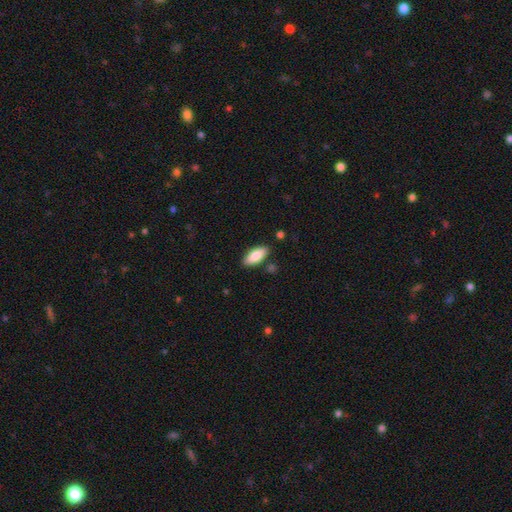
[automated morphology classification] Smooth or featured? Predicted: smooth (p=0.83). How rounded? Predicted: in between (p=0.80). Merging? Predicted: none (p=0.85).